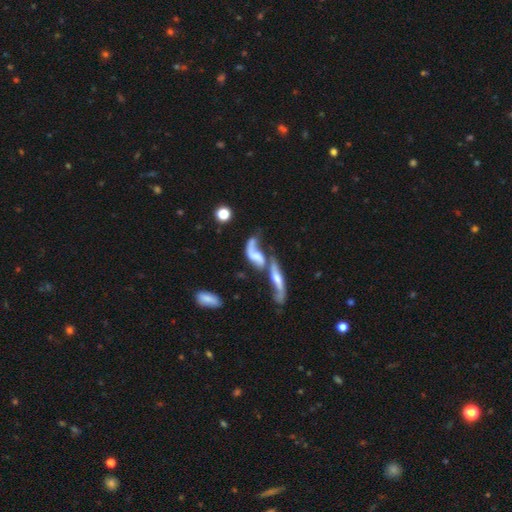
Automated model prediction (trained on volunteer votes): Smooth or featured: featured or disk — 72% (smooth — 20%)
Edge-on disk: no — 86% (yes — 14%)
Bar: no — 51% (weak — 34%)
Spiral arms: yes — 85% (no — 15%)
Spiral winding: loose — 74% (medium — 20%)
Spiral arm count: 2 — 77% (1 — 14%)
Bulge size: none — 30% (moderate — 28%)
Merging: merger — 63% (none — 17%)